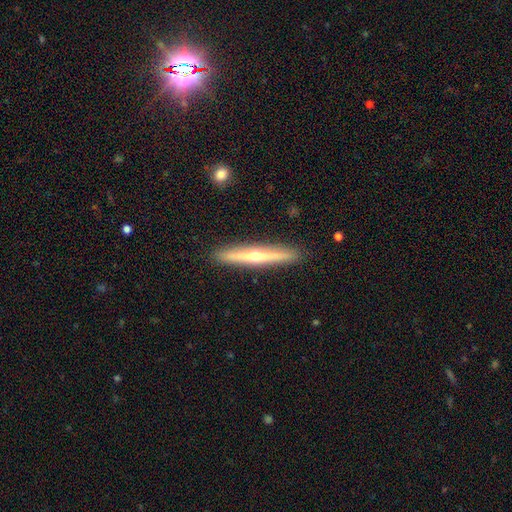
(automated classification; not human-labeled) This appears to be a featured or disk galaxy (68%) viewed edge-on (96%) with a rounded central bulge (89%). Merging: none (92%).